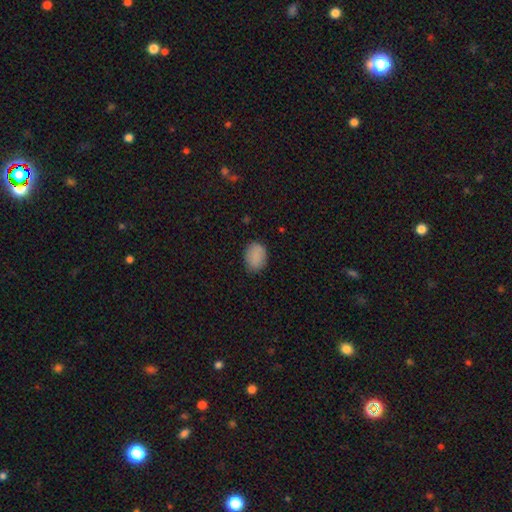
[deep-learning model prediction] smooth 87%, star or artifact 8%, featured or disk 5%. Down the decision tree: how rounded — in between (69%); merging — none (81%).